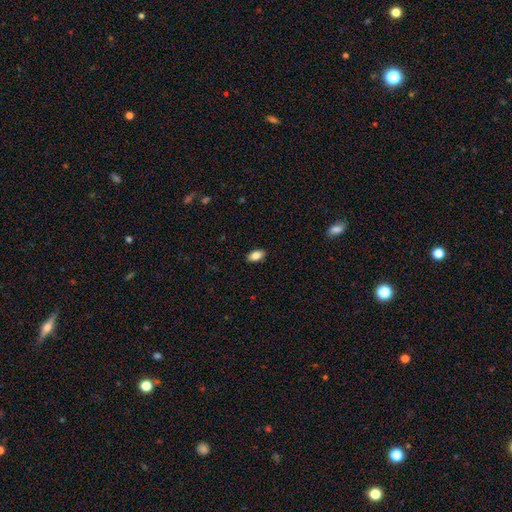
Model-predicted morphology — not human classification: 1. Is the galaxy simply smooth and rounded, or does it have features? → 84% smooth, 8% featured or disk, 8% star or artifact.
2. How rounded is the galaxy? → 90% in between, 6% round, 4% cigar-shaped.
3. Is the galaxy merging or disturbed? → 89% none, 9% minor disturbance, 2% major disturbance, 1% merger.